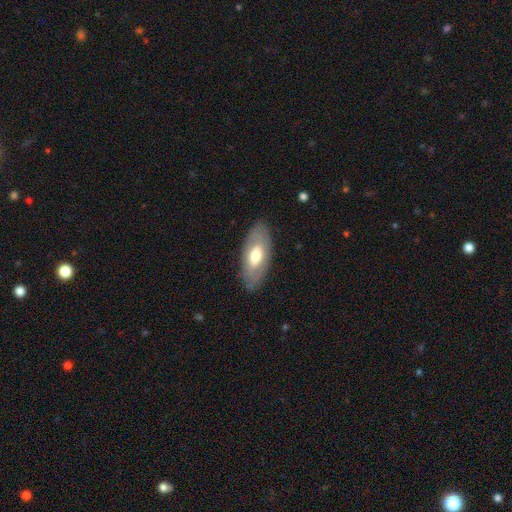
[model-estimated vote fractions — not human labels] Smooth or featured: smooth — 55% (featured or disk — 39%)
How rounded: in between — 88% (cigar-shaped — 10%)
Merging: none — 83% (minor disturbance — 12%)